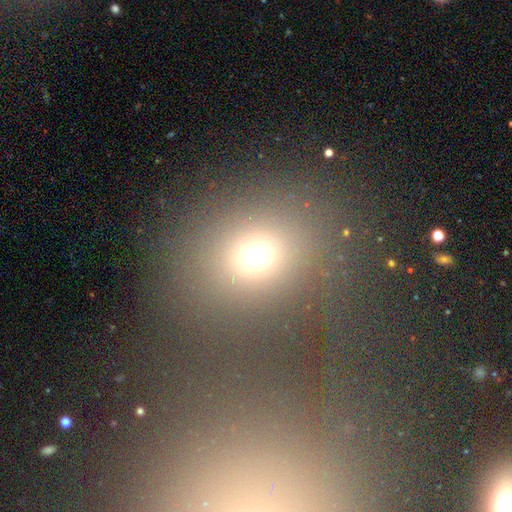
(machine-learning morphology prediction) smooth 69%, star or artifact 21%, featured or disk 9%. Down the decision tree: how rounded — round (66%); merging — none (64%).